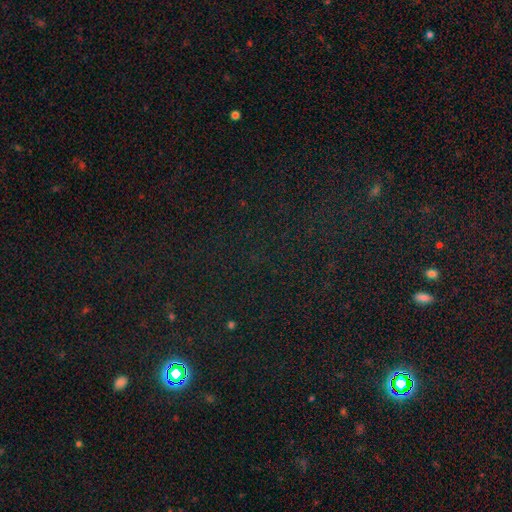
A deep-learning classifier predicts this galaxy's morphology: Overall: star or artifact (77%).